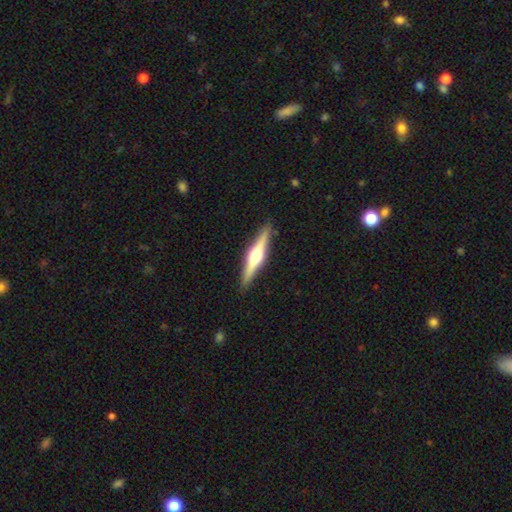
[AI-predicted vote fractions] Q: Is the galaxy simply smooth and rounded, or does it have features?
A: featured or disk — 72%.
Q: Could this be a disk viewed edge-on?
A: yes — 98%.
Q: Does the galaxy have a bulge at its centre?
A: rounded — 94%.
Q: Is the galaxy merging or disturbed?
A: none — 90%.